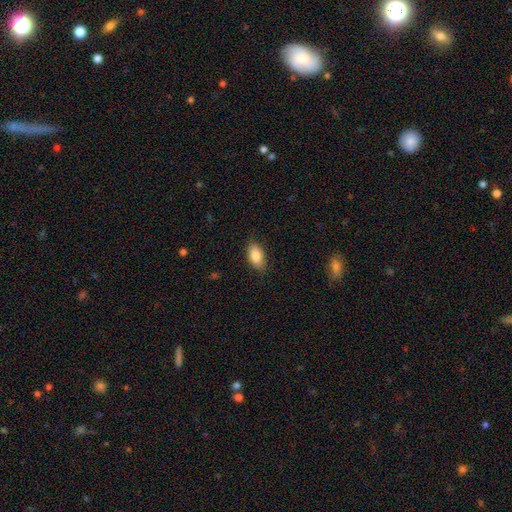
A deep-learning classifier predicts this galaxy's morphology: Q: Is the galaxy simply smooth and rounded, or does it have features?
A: smooth — 86%.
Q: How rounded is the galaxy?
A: in between — 92%.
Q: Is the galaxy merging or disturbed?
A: none — 85%.